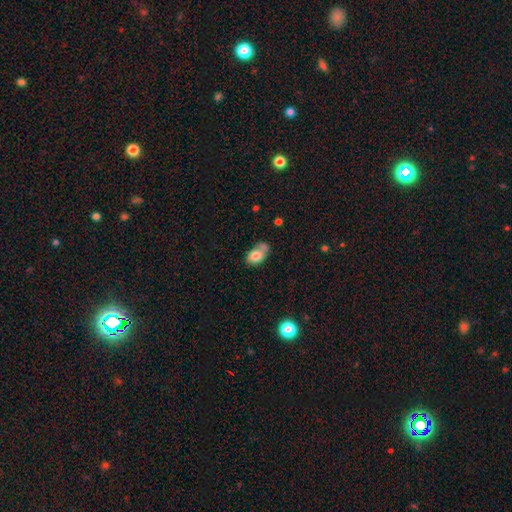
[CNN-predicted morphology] A smooth galaxy with no disk features (75%) that is in between round and cigar-shaped (79%). Merging: none (34%).